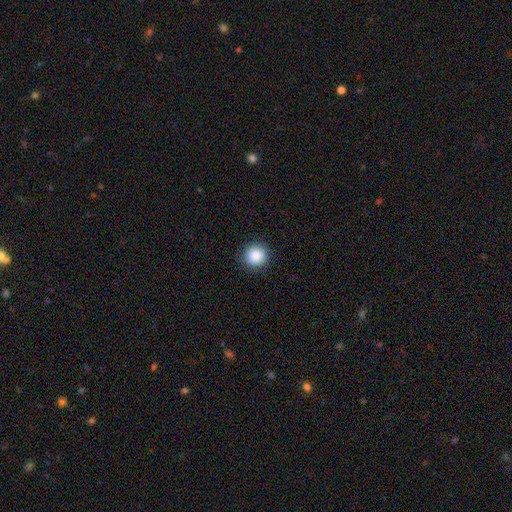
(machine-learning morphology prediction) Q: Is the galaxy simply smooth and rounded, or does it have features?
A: smooth — 88%.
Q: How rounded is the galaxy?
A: round — 93%.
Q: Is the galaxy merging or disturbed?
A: none — 91%.